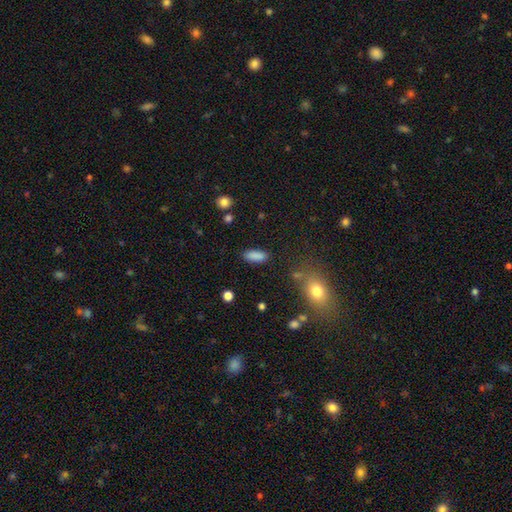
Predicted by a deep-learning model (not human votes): The model was most divided on "how rounded": in between: 78%, cigar-shaped: 20%, round: 3%. More confident: smooth or featured — smooth (87%); merging — none (85%).